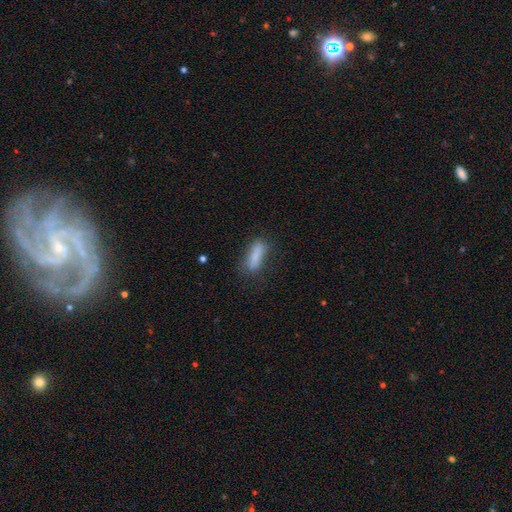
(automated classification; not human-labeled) This appears to be a smooth galaxy with no disk features (81%) that is cigar-shaped (57%). Merging: none (70%).